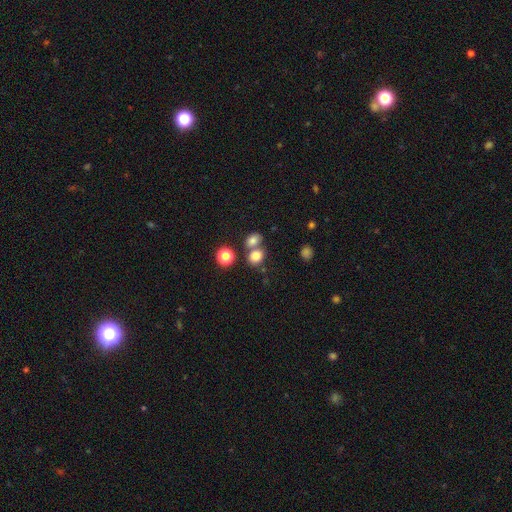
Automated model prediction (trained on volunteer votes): This is likely a smooth galaxy (79%). How rounded: possibly round (60%). Merging: possibly none (51%).